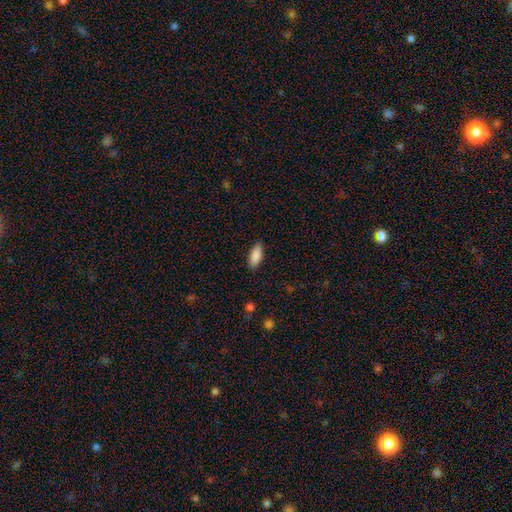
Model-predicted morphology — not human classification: A smooth galaxy with no disk features (89%) that is in between round and cigar-shaped (82%). Merging: none (89%).